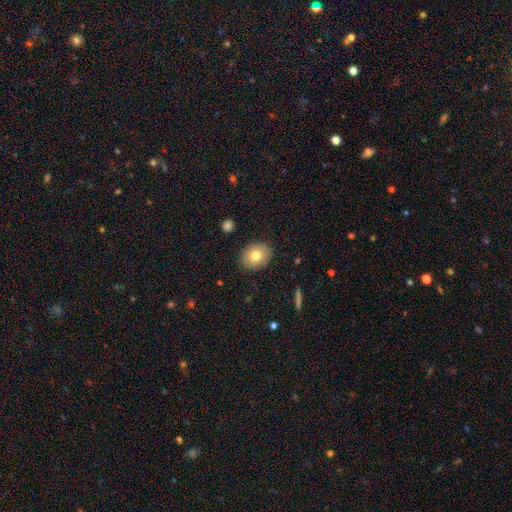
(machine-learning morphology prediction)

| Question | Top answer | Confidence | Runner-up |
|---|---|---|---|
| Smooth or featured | smooth | 77% | featured or disk (15%) |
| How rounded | in between | 58% | round (41%) |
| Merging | none | 87% | minor disturbance (9%) |